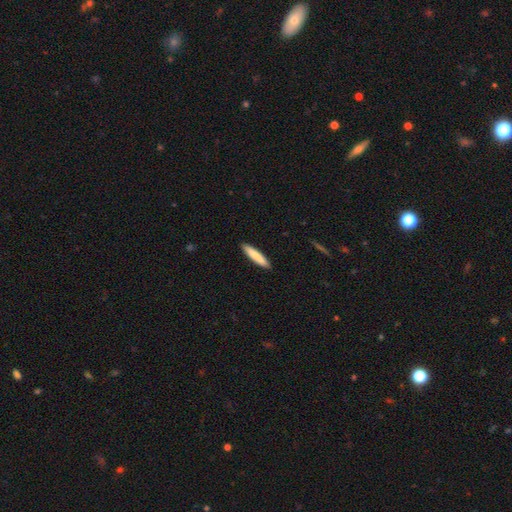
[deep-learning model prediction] A smooth galaxy with no disk features (83%) that is cigar-shaped (89%).

Vote fractions:
- Smooth or featured? smooth: 83% / featured or disk: 11% / star or artifact: 5%
- How rounded? cigar-shaped: 89% / in between: 10% / round: 1%
- Merging? none: 91% / minor disturbance: 7% / major disturbance: 1% / merger: 1%